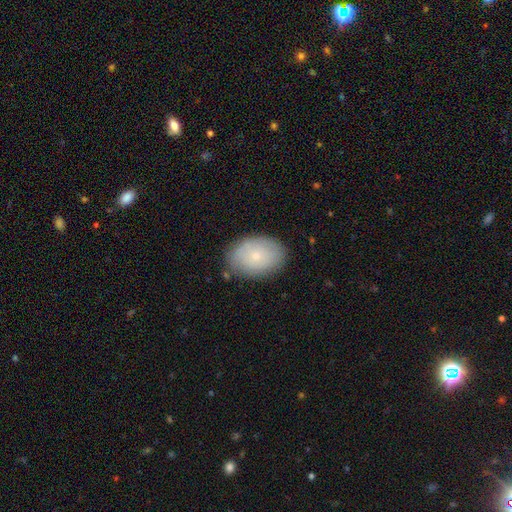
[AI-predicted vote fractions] smooth_or_featured: smooth (p=0.69) [alt: featured or disk p=0.24]
how_rounded: in between (p=0.82) [alt: round p=0.17]
merging: none (p=0.81) [alt: minor disturbance p=0.14]